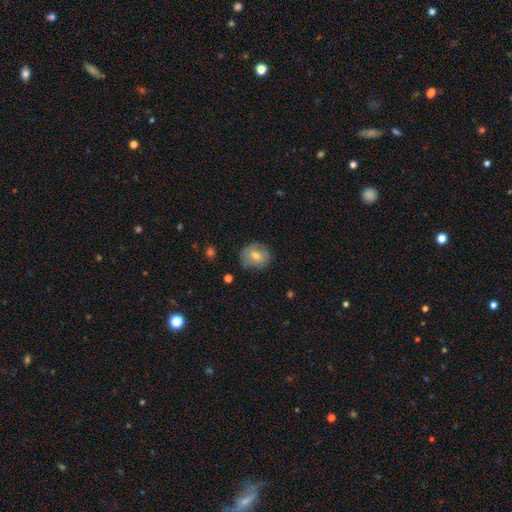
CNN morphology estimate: Q: Smooth or featured?
A: smooth (69%); runner-up: featured or disk (22%)
Q: How rounded?
A: round (74%); runner-up: in between (25%)
Q: Merging?
A: none (74%); runner-up: minor disturbance (20%)